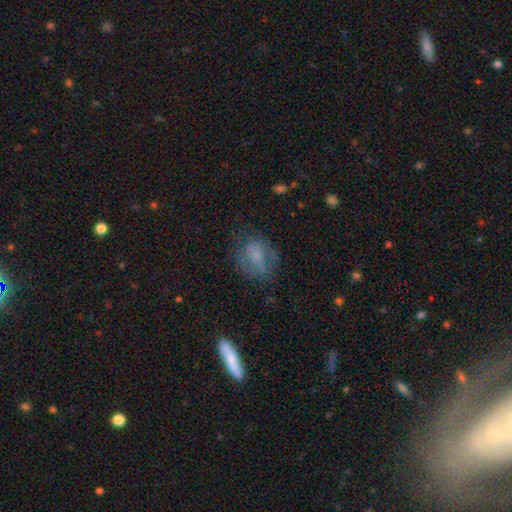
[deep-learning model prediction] smooth-or-featured: smooth: 50% | featured or disk: 39% | star or artifact: 12%
  merging: none: 62% | minor disturbance: 21% | major disturbance: 15% | merger: 2%